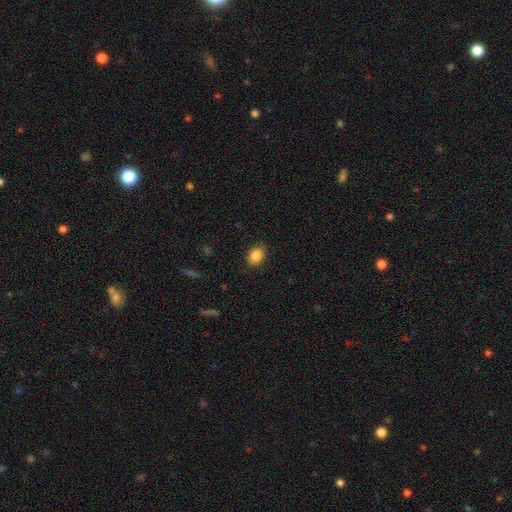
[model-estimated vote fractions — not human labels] This is clearly a smooth galaxy (86%). How rounded: likely in between (66%). Merging: clearly none (87%).